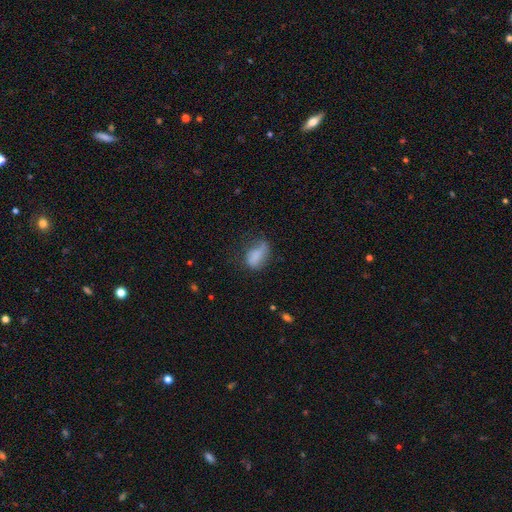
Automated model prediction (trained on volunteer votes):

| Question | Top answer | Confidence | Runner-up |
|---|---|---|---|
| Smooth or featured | smooth | 74% | featured or disk (17%) |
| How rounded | in between | 86% | round (8%) |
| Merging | none | 38% | minor disturbance (33%) |